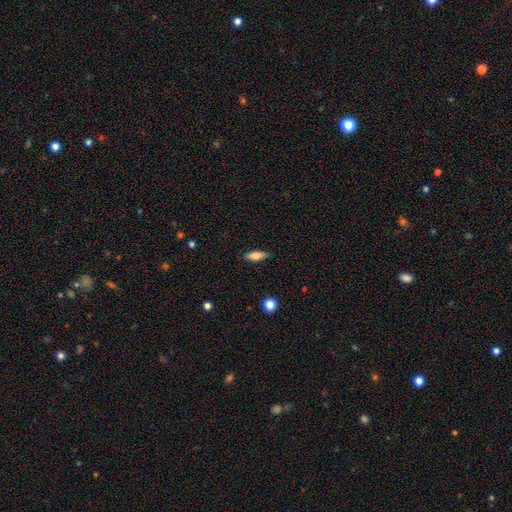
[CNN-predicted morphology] Smooth or featured: smooth — 73% (featured or disk — 19%)
How rounded: in between — 62% (cigar-shaped — 36%)
Merging: none — 86% (minor disturbance — 11%)